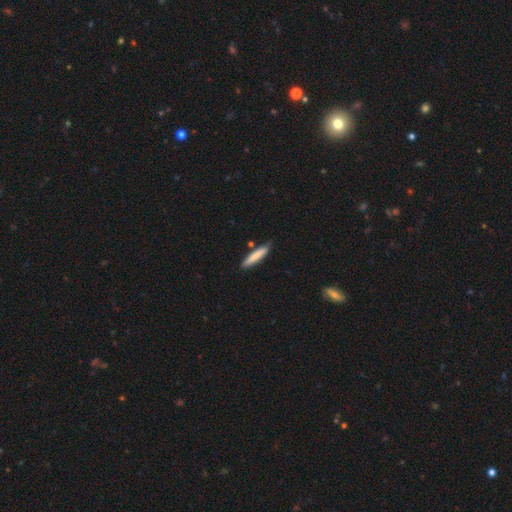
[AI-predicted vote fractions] A smooth galaxy with no disk features (79%) that is cigar-shaped (88%).

Vote fractions:
- Smooth or featured? smooth: 79% / featured or disk: 16% / star or artifact: 6%
- How rounded? cigar-shaped: 88% / in between: 11% / round: 1%
- Merging? none: 83% / minor disturbance: 12% / merger: 3% / major disturbance: 2%